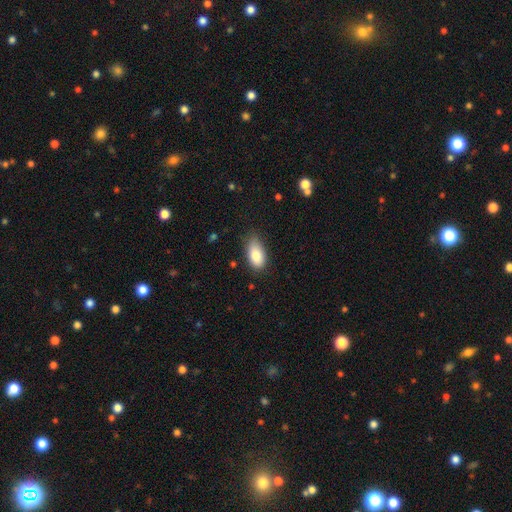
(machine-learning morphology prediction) smooth-or-featured: smooth: 85% | featured or disk: 8% | star or artifact: 7%
  how-rounded: in between: 93% | cigar-shaped: 4% | round: 4%
  merging: none: 65% | minor disturbance: 28% | major disturbance: 5% | merger: 2%